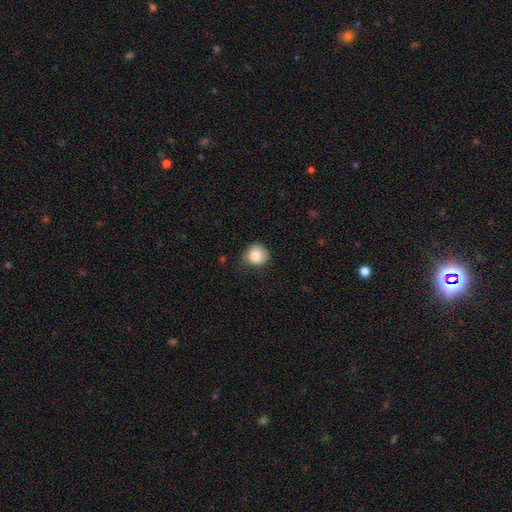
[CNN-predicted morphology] type=smooth (83%); roundness=round (88%); merging=none (67%).